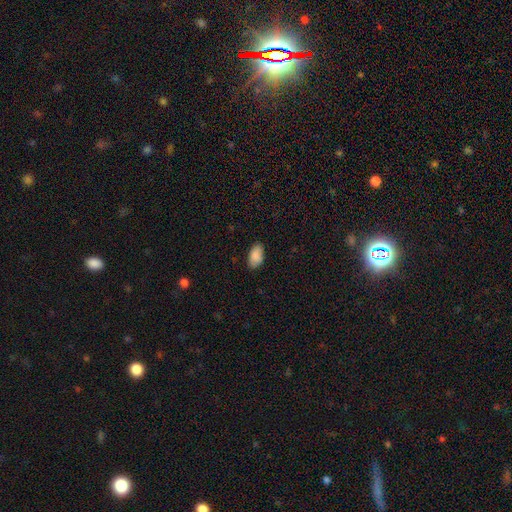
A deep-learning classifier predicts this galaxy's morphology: Overall: smooth (89%). How rounded: in between (94%). Merging: none (82%).